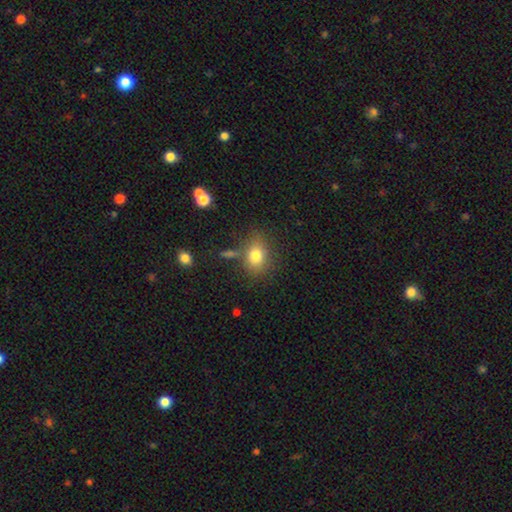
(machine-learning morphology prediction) Overall: smooth (78%). How rounded: in between (64%; round 34%). Merging: none (70%).